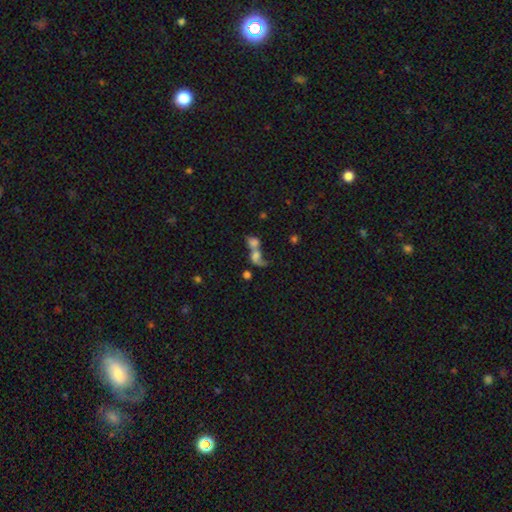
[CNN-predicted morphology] Q: Smooth or featured?
A: smooth (54%); runner-up: featured or disk (31%)
Q: How rounded?
A: in between (57%); runner-up: round (36%)
Q: Merging?
A: merger (73%); runner-up: none (11%)